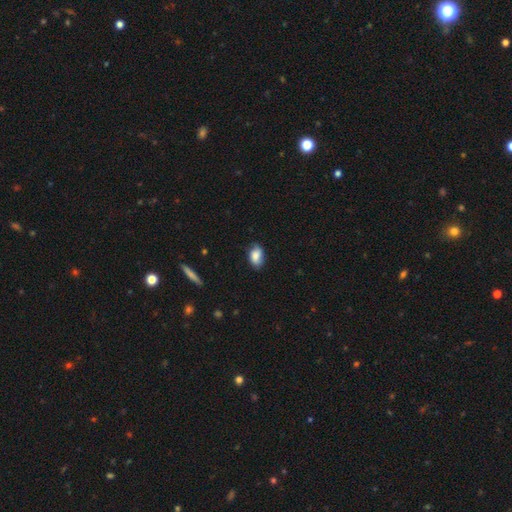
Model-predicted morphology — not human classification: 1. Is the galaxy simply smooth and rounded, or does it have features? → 79% smooth, 13% featured or disk, 7% star or artifact.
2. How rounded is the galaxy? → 88% in between, 10% round, 2% cigar-shaped.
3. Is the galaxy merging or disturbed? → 76% none, 19% minor disturbance, 3% major disturbance, 1% merger.